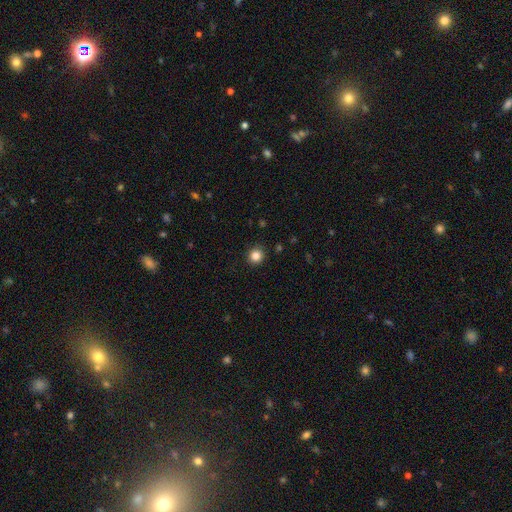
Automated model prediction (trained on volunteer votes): Smooth or featured?
  - smooth: 84% *
  - star or artifact: 11%
  - featured or disk: 4%
How rounded?
  - round: 91% *
  - in between: 8%
  - cigar-shaped: 1%
Merging?
  - none: 92% *
  - minor disturbance: 5%
  - major disturbance: 2%
  - merger: 1%